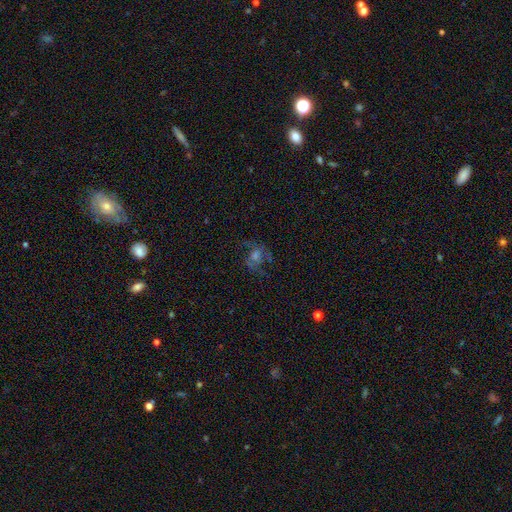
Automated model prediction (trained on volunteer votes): Smooth or featured: featured or disk — 52% (star or artifact — 26%)
Edge-on disk: no — 96% (yes — 4%)
Merging: none — 63% (major disturbance — 19%)